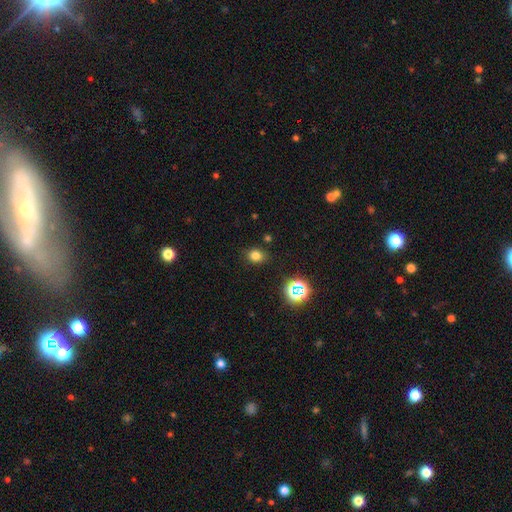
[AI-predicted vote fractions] smooth_or_featured: smooth (p=0.75) [alt: star or artifact p=0.19]
how_rounded: round (p=0.58) [alt: in between p=0.41]
merging: none (p=0.84) [alt: minor disturbance p=0.11]